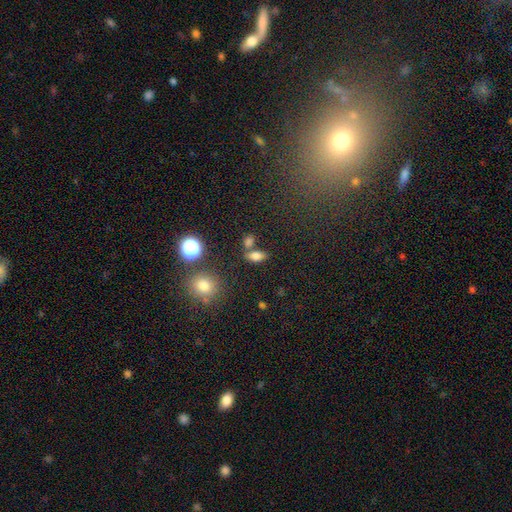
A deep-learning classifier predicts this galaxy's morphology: Smooth or featured: smooth — 75% (star or artifact — 15%)
How rounded: in between — 81% (round — 10%)
Merging: none — 60% (merger — 23%)